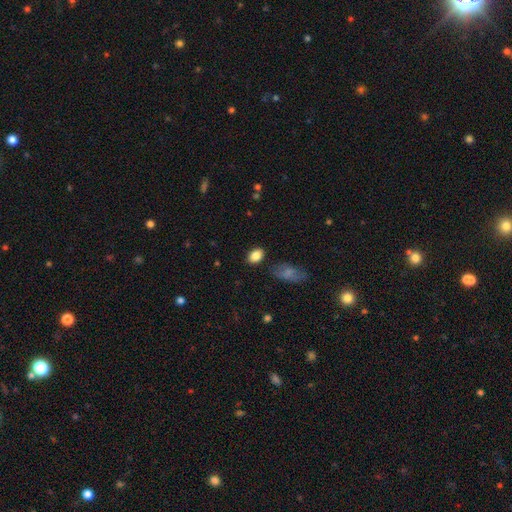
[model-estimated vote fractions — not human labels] The model was most divided on "how rounded": in between: 80%, round: 19%, cigar-shaped: 1%. More confident: smooth or featured — smooth (86%); merging — none (82%).